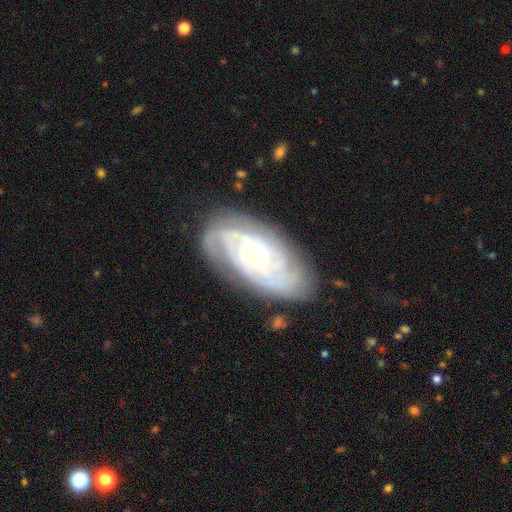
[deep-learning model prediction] A featured or disk galaxy (86%) with no bar (78%), tight (74%) spiral arms (96%) and a small central bulge (78%).

Vote fractions:
- Smooth or featured? featured or disk: 86% / smooth: 8% / star or artifact: 6%
- Edge-on disk? no: 95% / yes: 5%
- Bar? no: 78% / weak: 17% / strong: 5%
- Spiral arms? yes: 96% / no: 4%
- Spiral winding? tight: 74% / medium: 22% / loose: 4%
- Spiral arm count? can't tell: 29% / 3: 22% / 2: 18% / 4: 18% / more than 4: 7% / 1: 5%
- Bulge size? small: 78% / moderate: 18% / none: 1% / large: 1% / dominant: 1%
- Merging? none: 78% / minor disturbance: 16% / major disturbance: 5% / merger: 2%